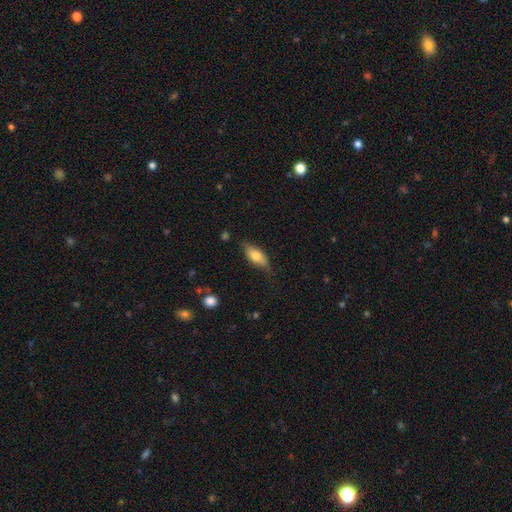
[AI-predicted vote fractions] This appears to be a smooth galaxy with no disk features (67%) that is in between round and cigar-shaped (77%). Merging: none (73%).